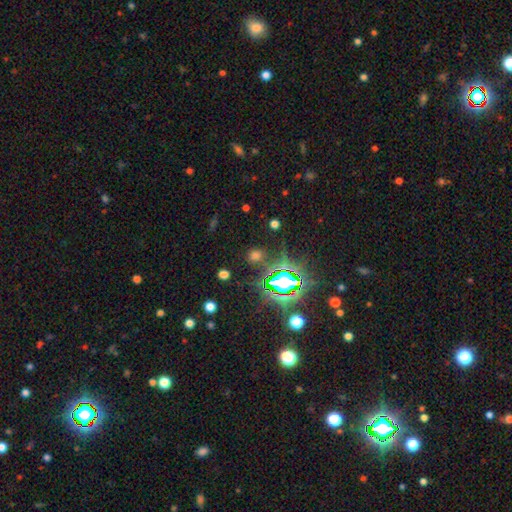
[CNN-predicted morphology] The model was most divided on "smooth or featured" (2-way tie): smooth: 46%, star or artifact: 46%, featured or disk: 8%. More confident: merging — none (80%).